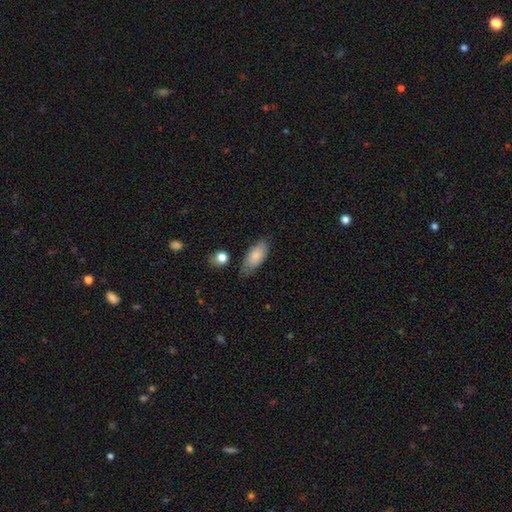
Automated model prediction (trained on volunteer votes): Morphology: type=smooth (81%); roundness=in between (87%); merging=none (68%).